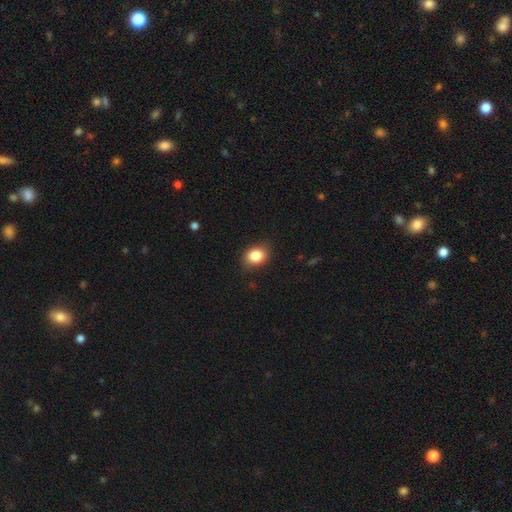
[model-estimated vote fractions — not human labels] A smooth galaxy with no disk features (84%) that is in between round and cigar-shaped (59%). Merging: none (83%).